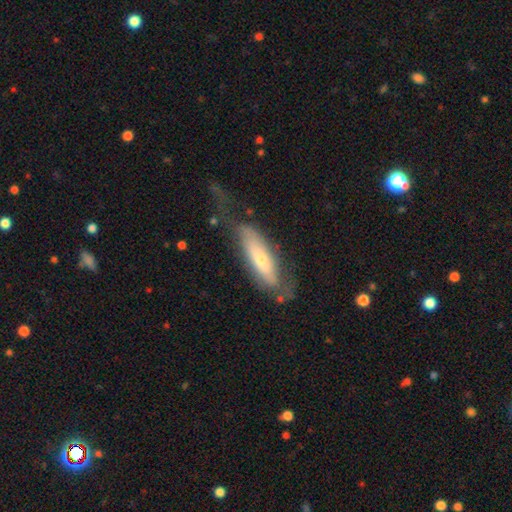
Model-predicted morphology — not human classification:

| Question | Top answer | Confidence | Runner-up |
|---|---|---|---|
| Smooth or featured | featured or disk | 48% | smooth (45%) |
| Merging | none | 46% | minor disturbance (26%) |